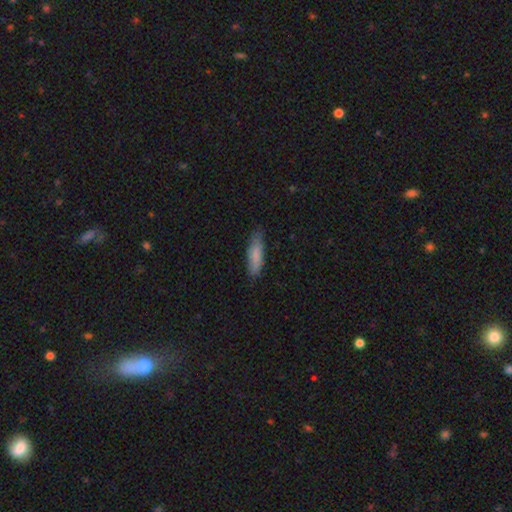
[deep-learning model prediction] A smooth galaxy with no disk features (82%) that is cigar-shaped (60%). Merging: none (78%).